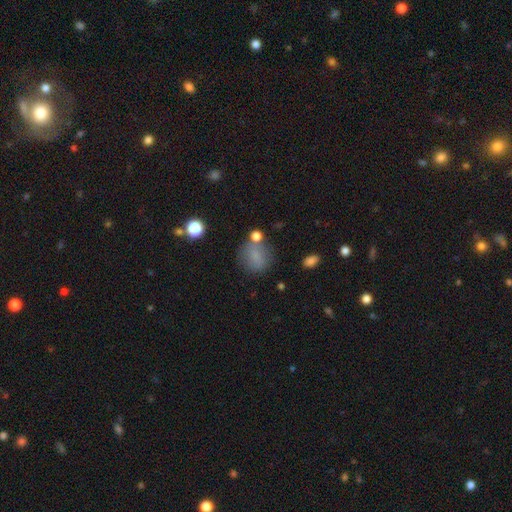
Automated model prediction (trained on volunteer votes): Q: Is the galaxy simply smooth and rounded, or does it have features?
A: smooth — 74%.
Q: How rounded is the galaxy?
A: round — 68%.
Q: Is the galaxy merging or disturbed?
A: none — 66%.